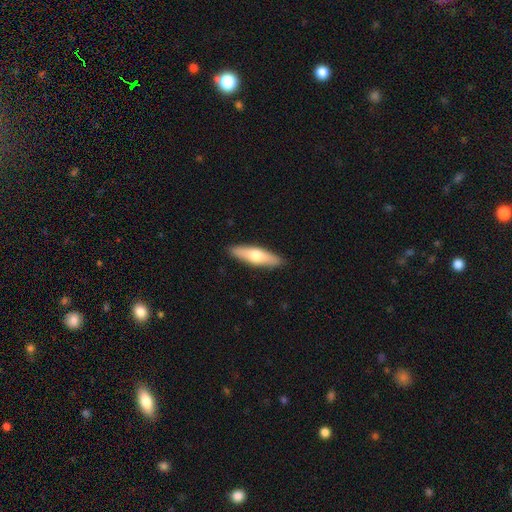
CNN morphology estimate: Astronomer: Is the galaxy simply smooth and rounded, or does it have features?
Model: smooth — 60%.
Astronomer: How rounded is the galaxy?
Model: cigar-shaped — 63%.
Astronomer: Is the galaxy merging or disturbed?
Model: none — 90%.